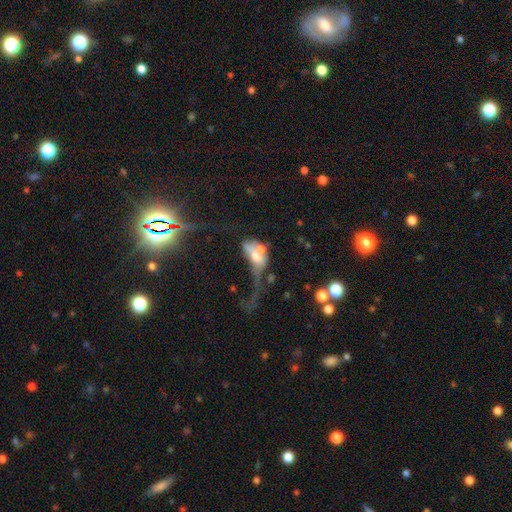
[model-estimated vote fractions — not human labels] smooth-or-featured: featured or disk: 44% (tied) | smooth: 44% (tied) | star or artifact: 12%
  merging: merger: 44% | major disturbance: 37% | none: 11% | minor disturbance: 9%